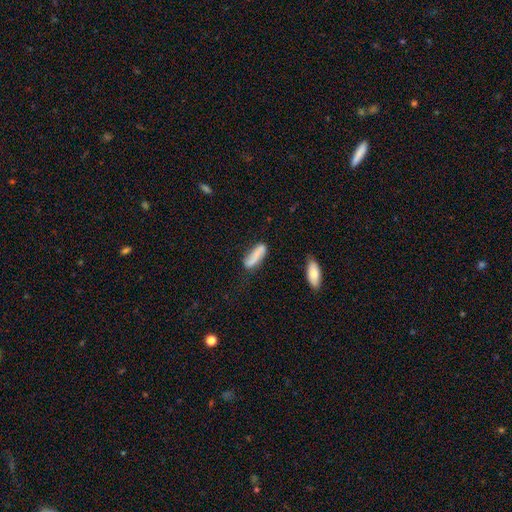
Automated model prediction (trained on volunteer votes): smooth_or_featured: smooth (p=0.65) [alt: featured or disk p=0.28]
how_rounded: cigar-shaped (p=0.53) [alt: in between p=0.45]
merging: none (p=0.64) [alt: minor disturbance p=0.23]